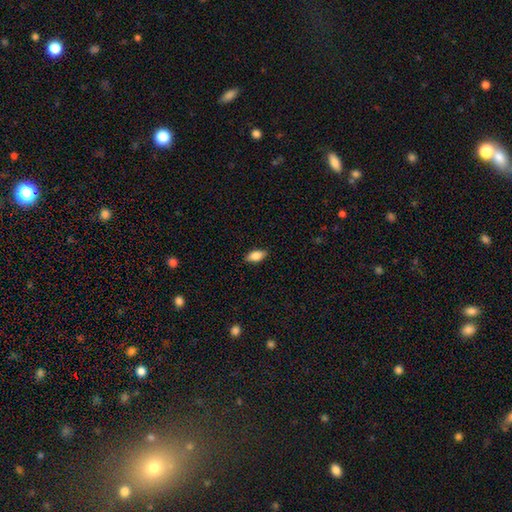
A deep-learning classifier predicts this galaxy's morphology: Q: Smooth or featured?
A: smooth (84%); runner-up: featured or disk (9%)
Q: How rounded?
A: in between (88%); runner-up: cigar-shaped (8%)
Q: Merging?
A: none (87%); runner-up: minor disturbance (10%)